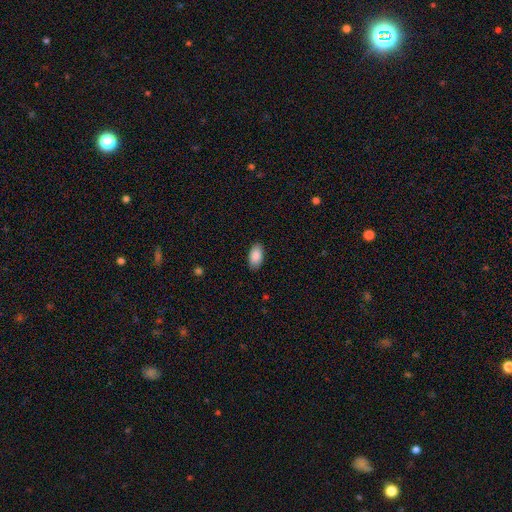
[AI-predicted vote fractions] Morphology: type=smooth (90%); roundness=in between (95%); merging=none (88%).